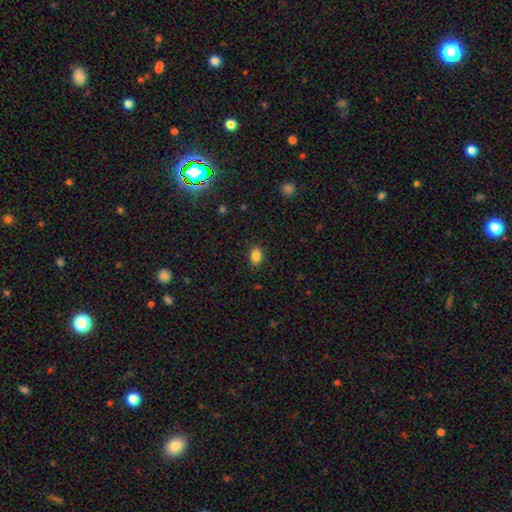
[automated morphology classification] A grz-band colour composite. It shows a smooth galaxy with no disk features (86%) that is in between round and cigar-shaped (77%). Merging: none (87%).